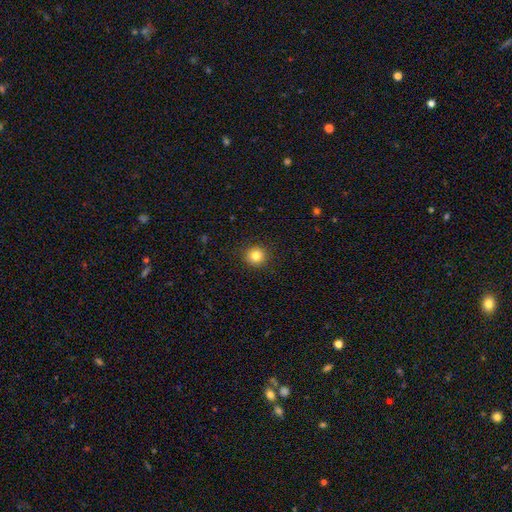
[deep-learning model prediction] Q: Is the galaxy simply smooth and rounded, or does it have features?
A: smooth — 83%.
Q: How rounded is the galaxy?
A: round — 93%.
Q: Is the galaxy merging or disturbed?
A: none — 92%.